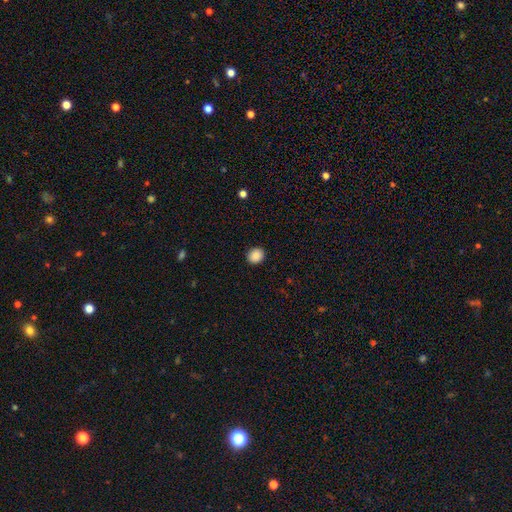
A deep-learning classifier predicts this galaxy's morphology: type=smooth (89%); roundness=round (69%); merging=none (92%).